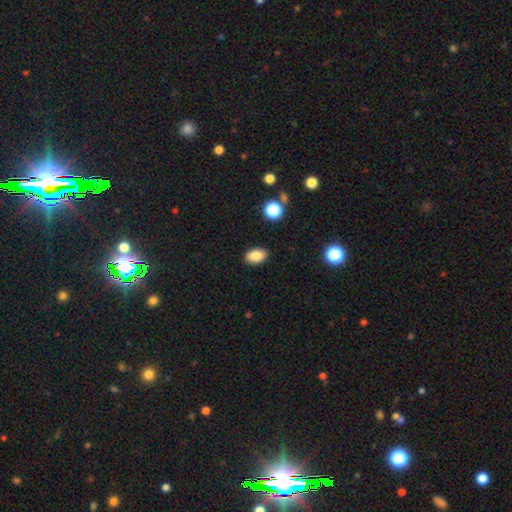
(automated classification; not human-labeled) smooth 85%, star or artifact 9%, featured or disk 6%. Down the decision tree: how rounded — in between (89%); merging — none (89%).